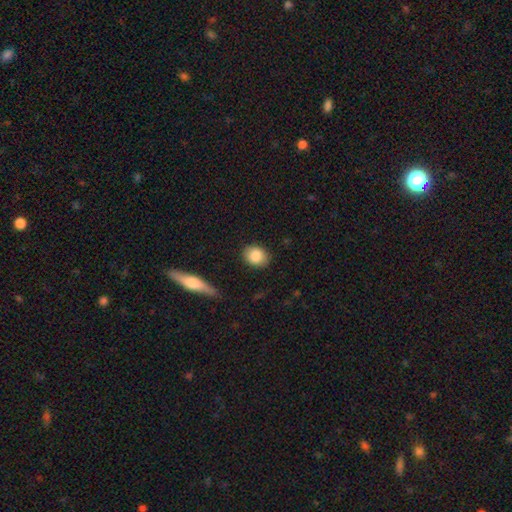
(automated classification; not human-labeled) Q: Smooth or featured?
A: smooth (86%); runner-up: star or artifact (8%)
Q: How rounded?
A: round (51%); runner-up: in between (47%)
Q: Merging?
A: none (86%); runner-up: minor disturbance (10%)